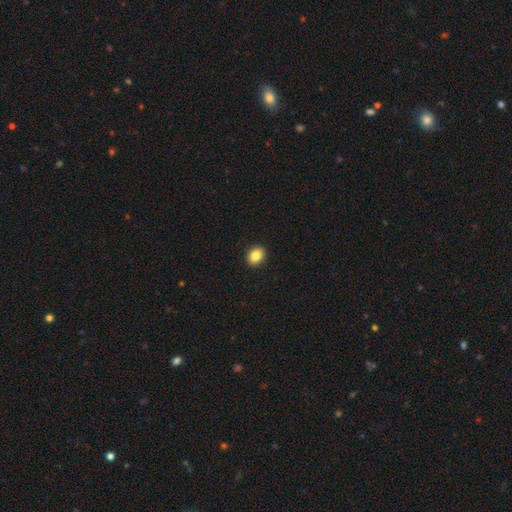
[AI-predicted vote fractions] Smooth or featured? smooth (85%)
How rounded? in between (52%)
Merging? none (92%)